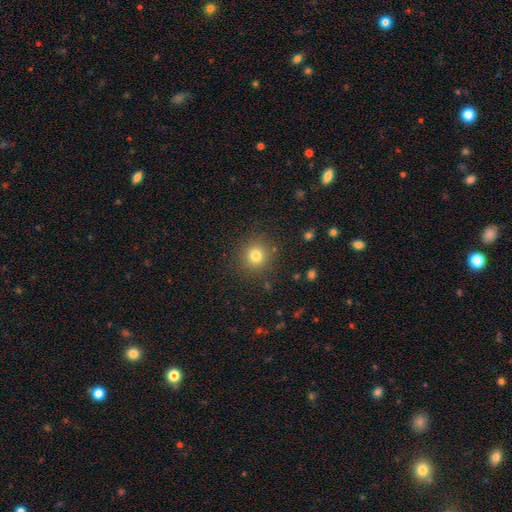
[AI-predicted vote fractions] A smooth galaxy with no disk features (79%) that is round (90%).

Vote fractions:
- Smooth or featured? smooth: 79% / star or artifact: 14% / featured or disk: 7%
- How rounded? round: 90% / in between: 9% / cigar-shaped: 1%
- Merging? none: 87% / minor disturbance: 8% / major disturbance: 3% / merger: 2%